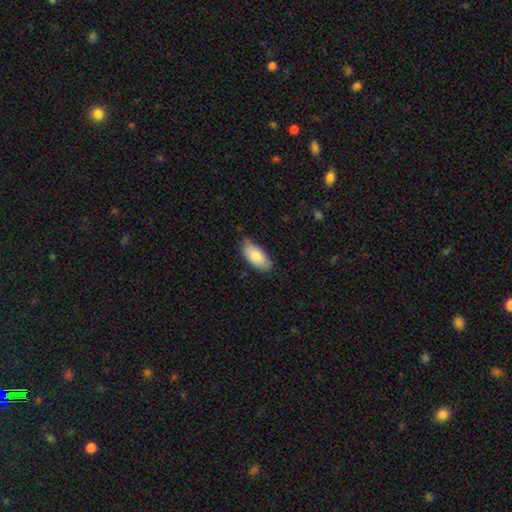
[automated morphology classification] Smooth or featured? Predicted: smooth (p=0.82). How rounded? Predicted: in between (p=0.92). Merging? Predicted: none (p=0.74).